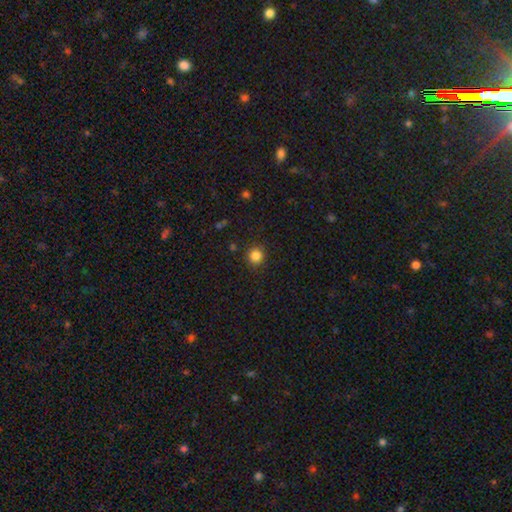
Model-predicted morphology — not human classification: Smooth or featured? Predicted: smooth (p=0.84). How rounded? Predicted: round (p=0.92). Merging? Predicted: none (p=0.90).